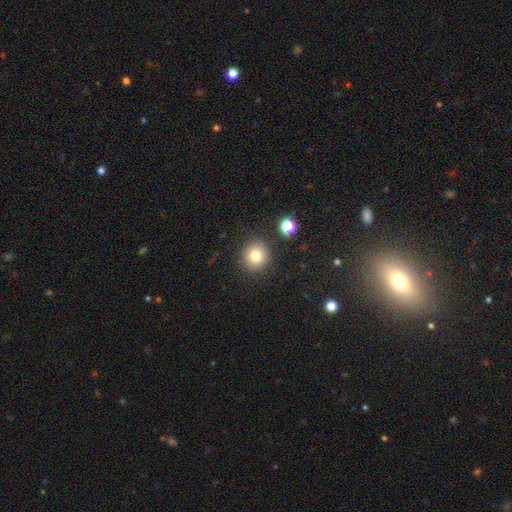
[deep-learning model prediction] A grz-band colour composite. It shows a smooth galaxy with no disk features (79%) that is round (91%). Merging: none (87%).